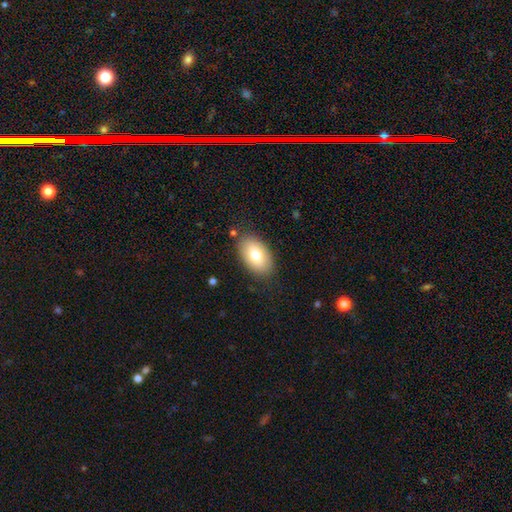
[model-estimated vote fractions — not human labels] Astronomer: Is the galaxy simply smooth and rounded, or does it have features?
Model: smooth — 76%.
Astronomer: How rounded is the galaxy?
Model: in between — 93%.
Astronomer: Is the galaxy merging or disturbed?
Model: none — 84%.